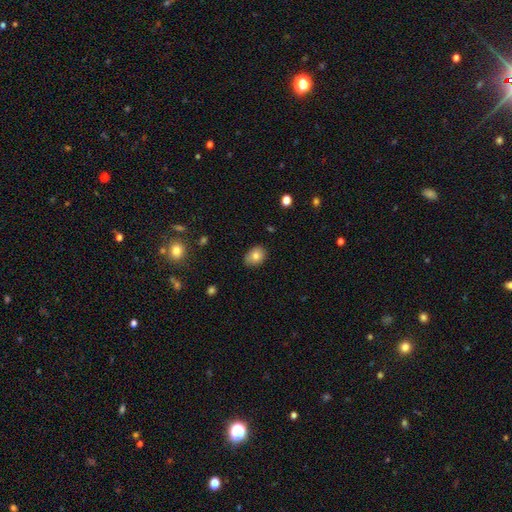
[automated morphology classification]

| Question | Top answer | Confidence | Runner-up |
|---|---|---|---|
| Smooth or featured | smooth | 80% | featured or disk (10%) |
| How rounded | in between | 65% | round (34%) |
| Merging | none | 81% | minor disturbance (15%) |